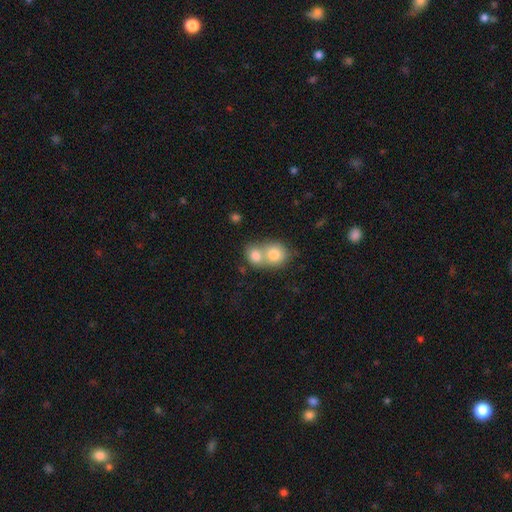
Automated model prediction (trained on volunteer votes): smooth_or_featured: smooth (p=0.77) [alt: featured or disk p=0.14]
how_rounded: round (p=0.64) [alt: in between p=0.35]
merging: merger (p=0.68) [alt: none p=0.24]